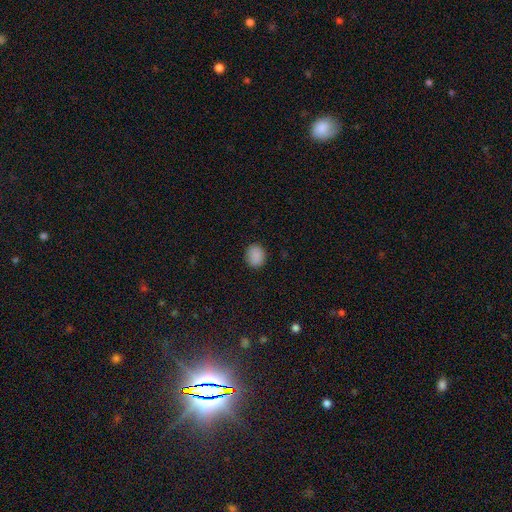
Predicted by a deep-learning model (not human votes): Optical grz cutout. It shows a smooth galaxy with no disk features (88%) that is round (66%). Merging: none (88%).